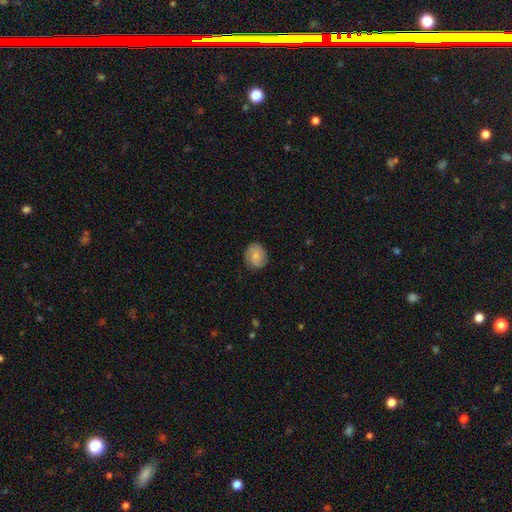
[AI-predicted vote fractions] Smooth or featured? smooth (69%)
How rounded? round (69%)
Merging? none (79%)